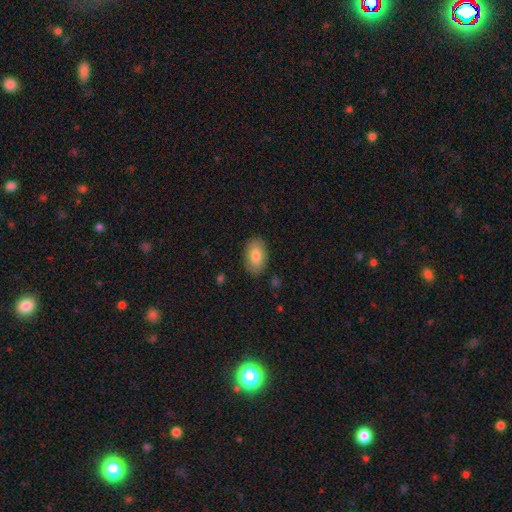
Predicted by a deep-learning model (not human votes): A smooth galaxy with no disk features (81%) that is in between round and cigar-shaped (91%). Merging: none (87%).